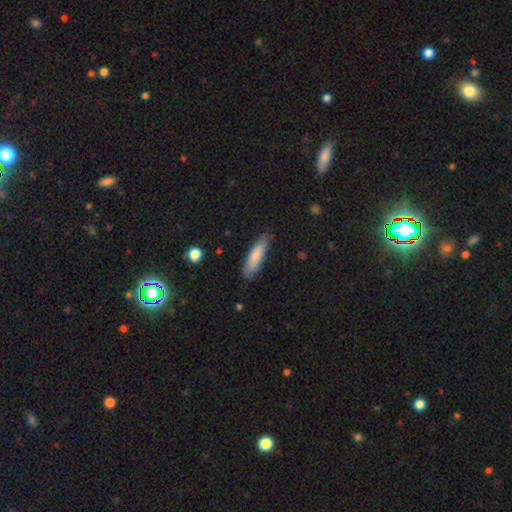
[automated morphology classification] A smooth galaxy with no disk features (83%) that is cigar-shaped (67%).

Vote fractions:
- Smooth or featured? smooth: 83% / featured or disk: 12% / star or artifact: 6%
- How rounded? cigar-shaped: 67% / in between: 32% / round: 1%
- Merging? none: 83% / minor disturbance: 13% / major disturbance: 2% / merger: 1%